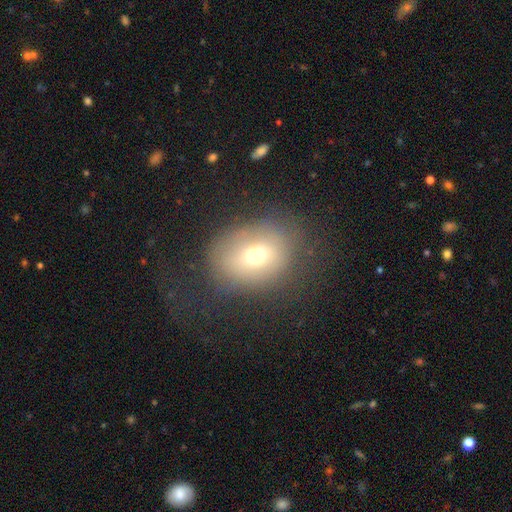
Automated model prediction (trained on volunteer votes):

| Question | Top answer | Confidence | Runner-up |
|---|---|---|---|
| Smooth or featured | smooth | 66% | featured or disk (19%) |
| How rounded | in between | 51% | round (48%) |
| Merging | none | 69% | minor disturbance (17%) |